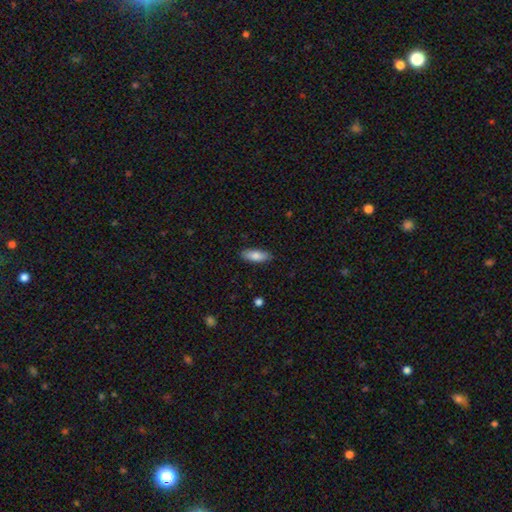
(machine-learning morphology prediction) Smooth or featured? Predicted: smooth (p=0.82). How rounded? Predicted: in between (p=0.69). Merging? Predicted: none (p=0.87).